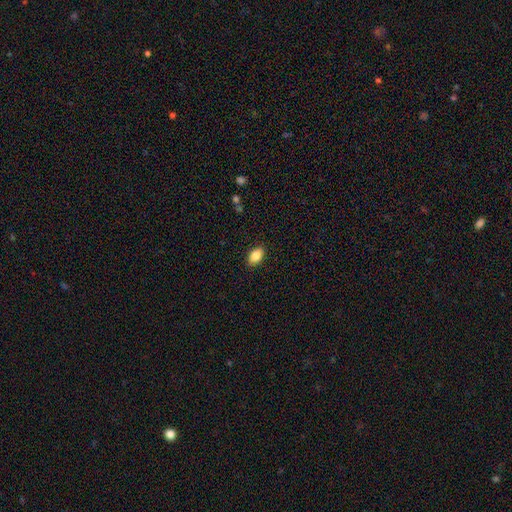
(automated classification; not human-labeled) Smooth or featured? smooth (87%)
How rounded? in between (89%)
Merging? none (88%)